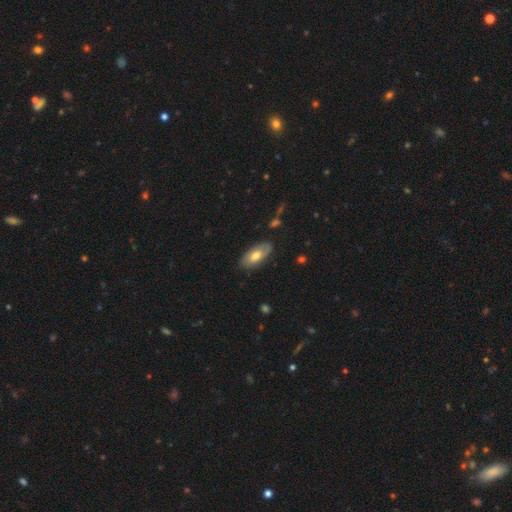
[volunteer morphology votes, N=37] smooth-or-featured: smooth: 51% | featured or disk: 49% | star or artifact: 0%
  how-rounded: in between: 95% | cigar-shaped: 5% | round: 0%
  merging: none: 84% | minor disturbance: 14% | major disturbance: 3% | merger: 0%